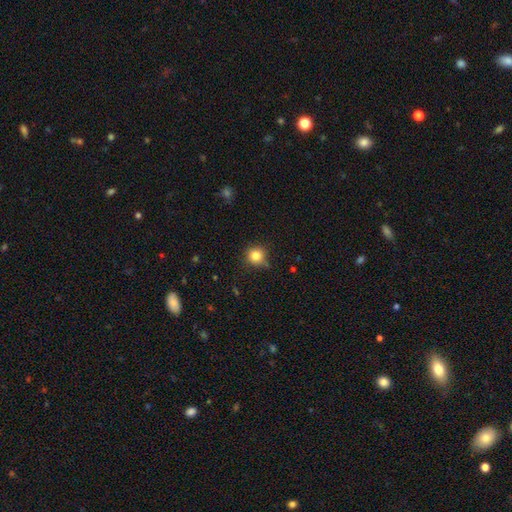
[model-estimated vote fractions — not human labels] smooth 82%, star or artifact 12%, featured or disk 6%. Down the decision tree: how rounded — round (91%); merging — none (78%).